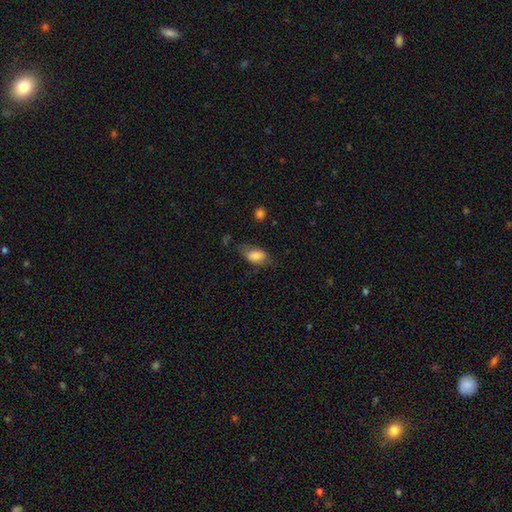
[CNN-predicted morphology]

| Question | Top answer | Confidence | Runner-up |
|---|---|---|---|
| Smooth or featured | smooth | 77% | featured or disk (16%) |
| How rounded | in between | 90% | round (7%) |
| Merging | none | 57% | minor disturbance (27%) |